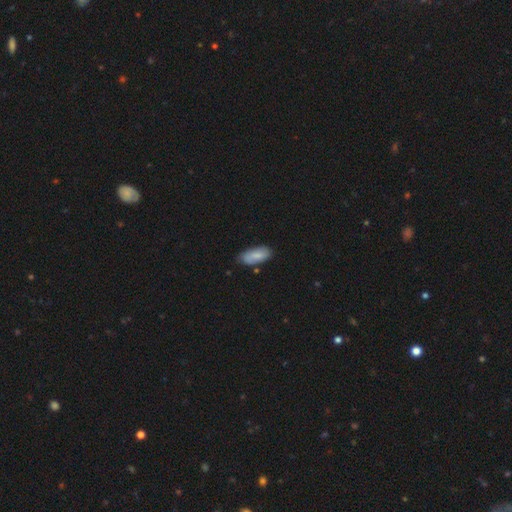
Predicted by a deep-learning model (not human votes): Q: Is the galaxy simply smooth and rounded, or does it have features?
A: smooth — 78%.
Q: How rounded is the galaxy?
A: in between — 86%.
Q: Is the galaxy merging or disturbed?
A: none — 74%.